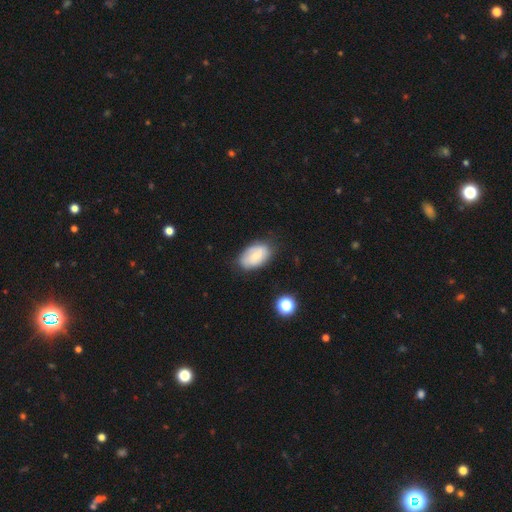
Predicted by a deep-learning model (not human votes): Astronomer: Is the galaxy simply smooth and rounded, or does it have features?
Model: smooth — 58% (runner-up: featured or disk, 34%).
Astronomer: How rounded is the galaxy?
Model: in between — 91%.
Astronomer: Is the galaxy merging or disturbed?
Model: none — 72%.